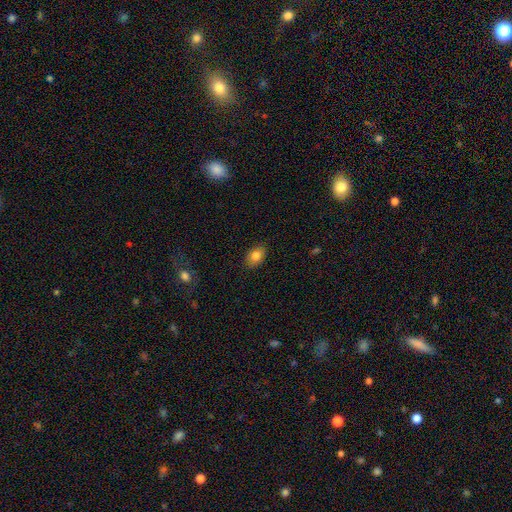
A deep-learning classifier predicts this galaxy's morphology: A smooth galaxy with no disk features (83%) that is in between round and cigar-shaped (84%). Merging: none (86%).